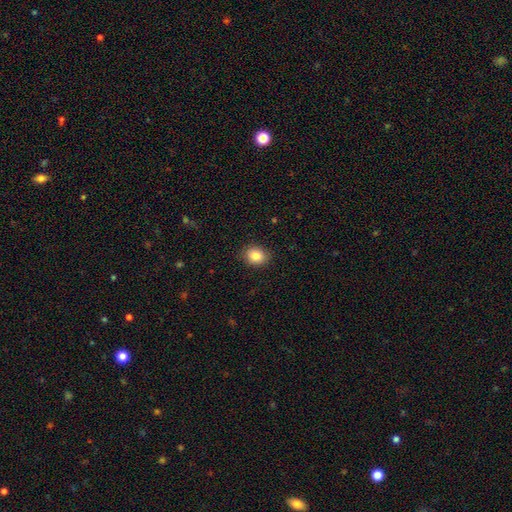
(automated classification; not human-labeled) smooth 85%, star or artifact 9%, featured or disk 6%. Down the decision tree: how rounded — round (53%); merging — none (88%).